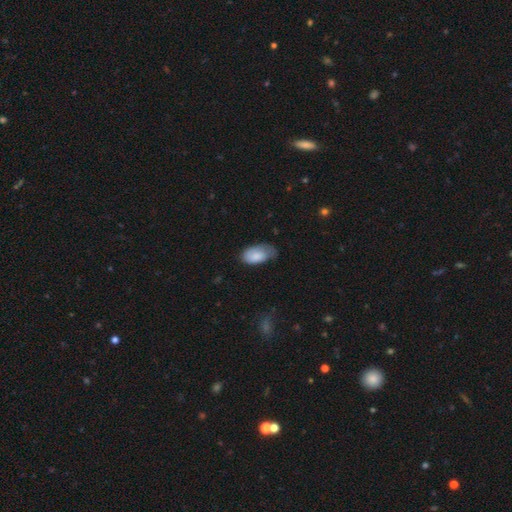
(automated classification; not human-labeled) Smooth or featured? Predicted: smooth (p=0.79). How rounded? Predicted: in between (p=0.94). Merging? Predicted: none (p=0.43).